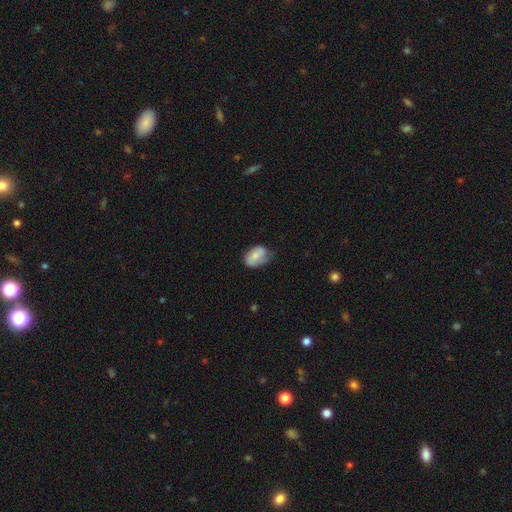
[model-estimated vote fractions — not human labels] smooth-or-featured: smooth: 69% | featured or disk: 24% | star or artifact: 7%
  how-rounded: in between: 87% | round: 12% | cigar-shaped: 1%
  merging: none: 48% | minor disturbance: 39% | major disturbance: 12% | merger: 2%